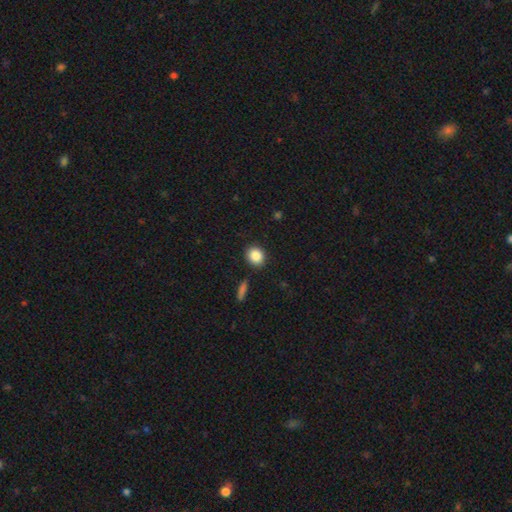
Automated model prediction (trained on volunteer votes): A smooth galaxy with no disk features (87%) that is round (75%).

Vote fractions:
- Smooth or featured? smooth: 87% / star or artifact: 9% / featured or disk: 4%
- How rounded? round: 75% / in between: 23% / cigar-shaped: 1%
- Merging? none: 88% / minor disturbance: 8% / merger: 2% / major disturbance: 2%